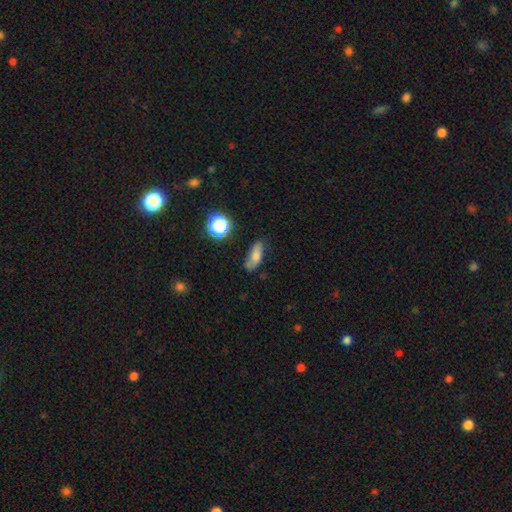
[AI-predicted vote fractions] Smooth or featured?
  - smooth: 66% *
  - featured or disk: 22%
  - star or artifact: 12%
How rounded?
  - in between: 66% *
  - cigar-shaped: 26%
  - round: 8%
Merging?
  - none: 62% *
  - minor disturbance: 25%
  - major disturbance: 8%
  - merger: 5%